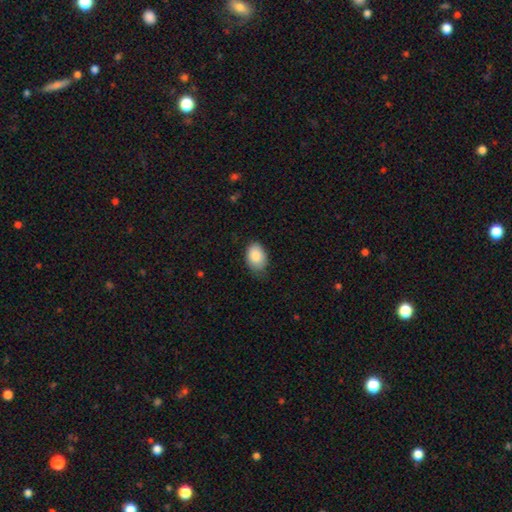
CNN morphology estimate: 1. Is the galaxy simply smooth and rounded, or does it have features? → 85% smooth, 8% featured or disk, 7% star or artifact.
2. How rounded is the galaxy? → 82% in between, 17% round, 1% cigar-shaped.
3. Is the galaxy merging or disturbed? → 65% none, 29% minor disturbance, 5% major disturbance, 1% merger.